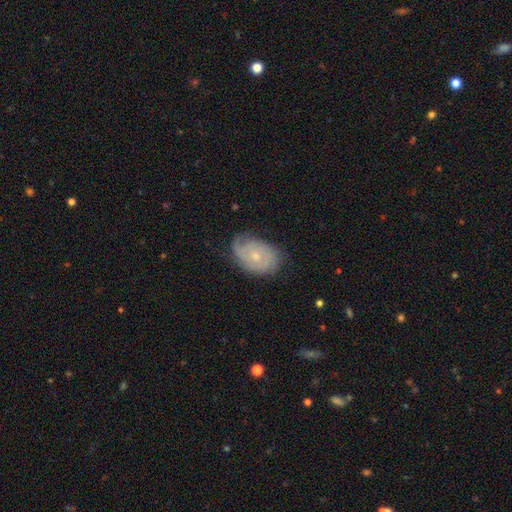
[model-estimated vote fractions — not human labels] Morphology: type=featured or disk (73%); edge-on=no (96%); bar=no (78%); spiral arms=yes (91%); winding=tight (62%); arm count=can't tell (35%); bulge=small (59%); merging=none (69%).